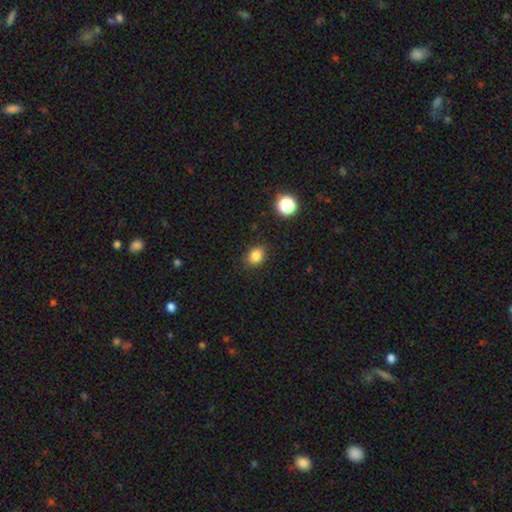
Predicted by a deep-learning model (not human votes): Smooth or featured? smooth (83%)
How rounded? in between (54%)
Merging? none (86%)